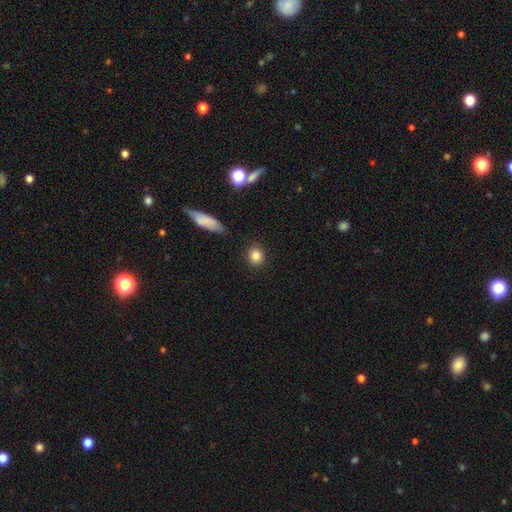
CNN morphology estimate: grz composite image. It shows a smooth galaxy with no disk features (84%) that is round (80%). Merging: none (88%).